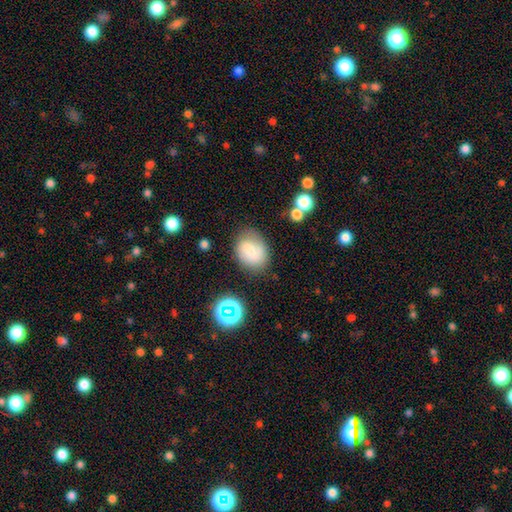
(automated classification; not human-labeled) Morphology: type=smooth (66%); roundness=in between (63%); merging=none (71%).